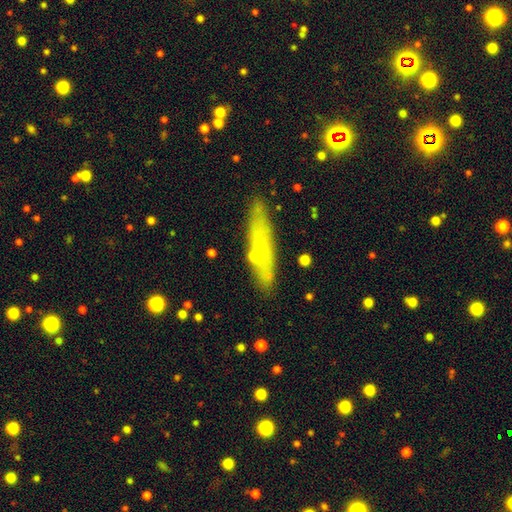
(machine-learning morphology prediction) The model was most divided on "smooth or featured": smooth: 55%, featured or disk: 35%, star or artifact: 10%. More confident: merging — none (75%); how rounded — cigar-shaped (66%).